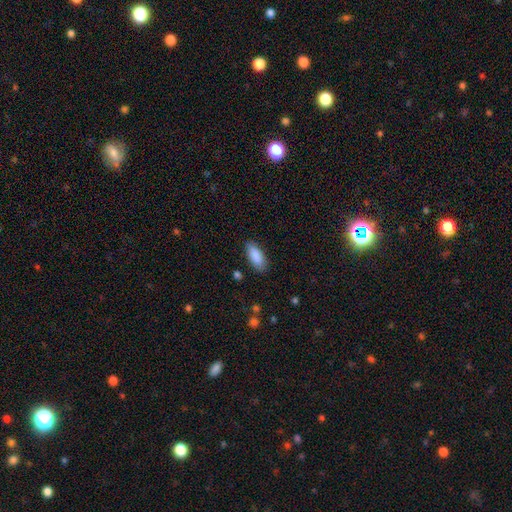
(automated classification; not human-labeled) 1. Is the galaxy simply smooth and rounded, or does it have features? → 89% smooth, 6% star or artifact, 5% featured or disk.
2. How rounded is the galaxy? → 84% in between, 14% cigar-shaped, 2% round.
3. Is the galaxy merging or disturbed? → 85% none, 11% minor disturbance, 2% major disturbance, 1% merger.